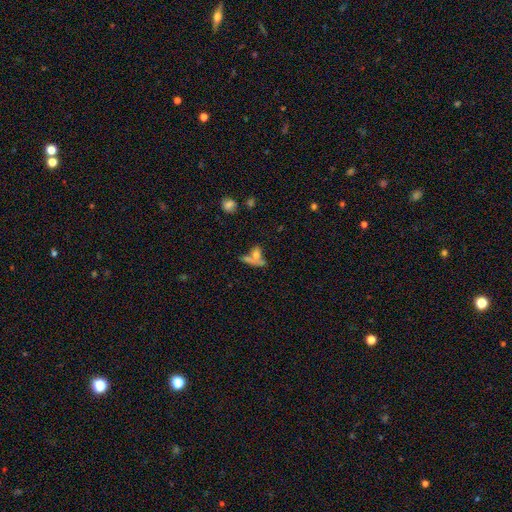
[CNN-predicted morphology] Overall: smooth (63%; featured or disk 23%). How rounded: in between (56%; cigar-shaped 23%). Merging: merger (46%; none 31%).